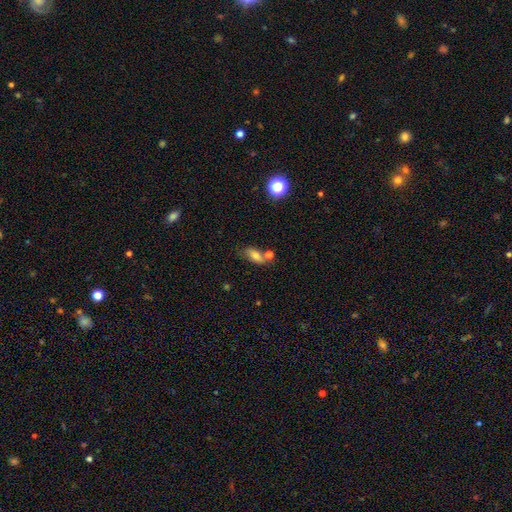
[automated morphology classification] Smooth or featured: smooth — 74% (featured or disk — 16%)
How rounded: in between — 81% (cigar-shaped — 13%)
Merging: none — 49% (merger — 28%)